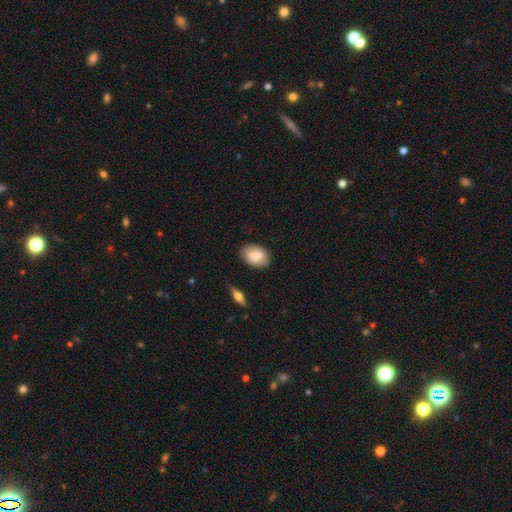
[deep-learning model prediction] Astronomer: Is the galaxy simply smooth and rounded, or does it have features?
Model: smooth — 82%.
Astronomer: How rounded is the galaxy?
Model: in between — 89%.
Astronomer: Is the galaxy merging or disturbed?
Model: none — 84%.